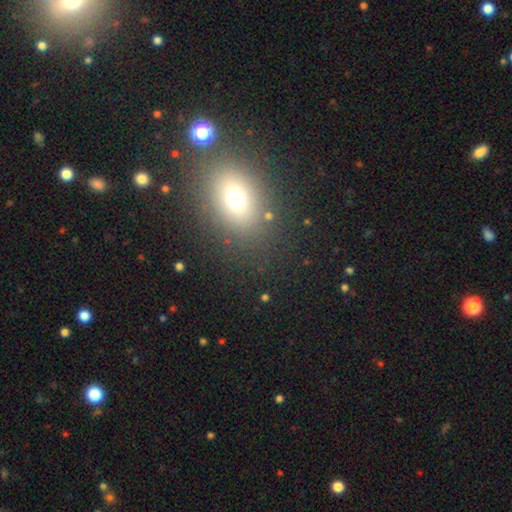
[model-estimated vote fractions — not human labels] Smooth or featured? smooth (62%)
How rounded? in between (72%)
Merging? none (83%)